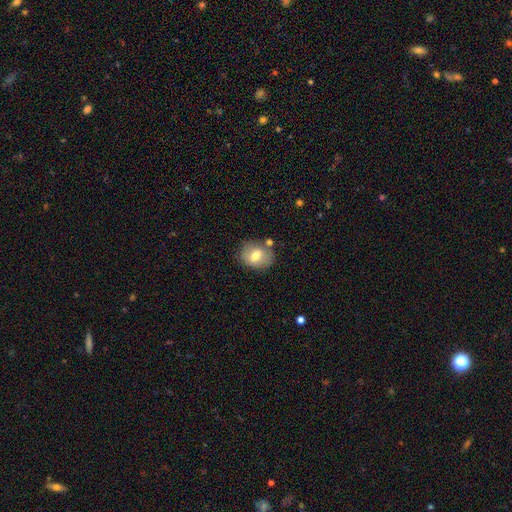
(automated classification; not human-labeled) Smooth or featured? Predicted: smooth (p=0.66). How rounded? Predicted: in between (p=0.50). Merging? Predicted: none (p=0.72).